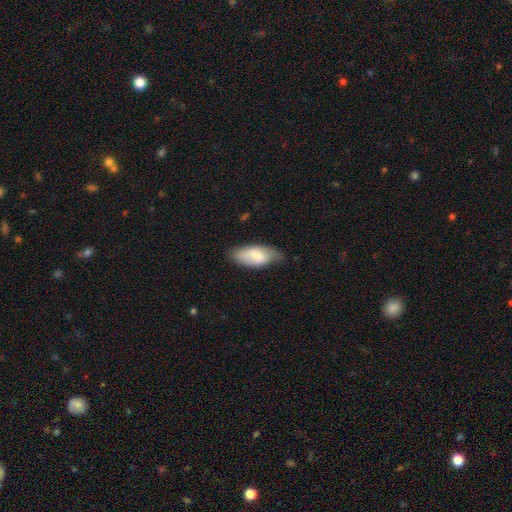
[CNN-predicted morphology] Smooth or featured: smooth — 69% (featured or disk — 25%)
How rounded: in between — 90% (cigar-shaped — 7%)
Merging: none — 67% (minor disturbance — 26%)